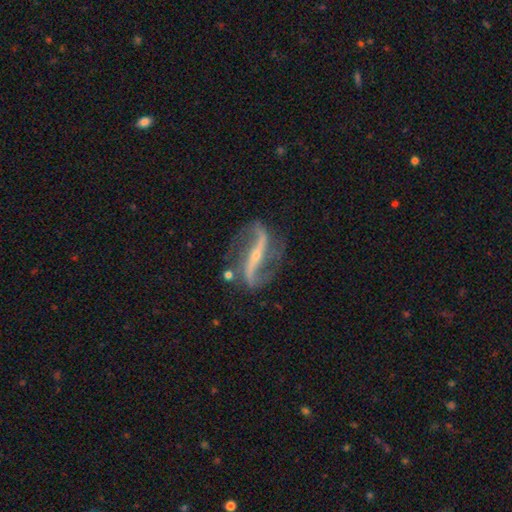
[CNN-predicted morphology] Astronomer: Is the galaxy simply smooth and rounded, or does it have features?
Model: featured or disk — 90%.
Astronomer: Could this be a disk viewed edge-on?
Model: no — 89%.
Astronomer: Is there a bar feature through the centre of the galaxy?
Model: strong — 70%.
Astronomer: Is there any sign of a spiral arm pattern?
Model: yes — 96%.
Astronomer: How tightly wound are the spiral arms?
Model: loose — 74%.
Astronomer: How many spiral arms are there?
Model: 2 — 93%.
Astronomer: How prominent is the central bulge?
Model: small — 75%.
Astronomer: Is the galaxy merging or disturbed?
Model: none — 74%.